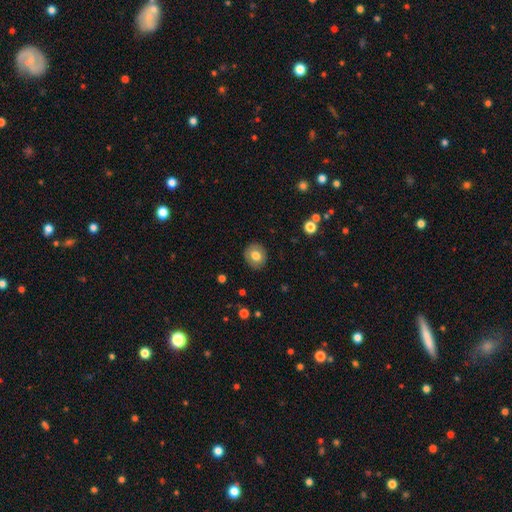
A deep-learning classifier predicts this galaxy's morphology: A smooth galaxy with no disk features (75%) that is round (81%). Merging: none (89%).